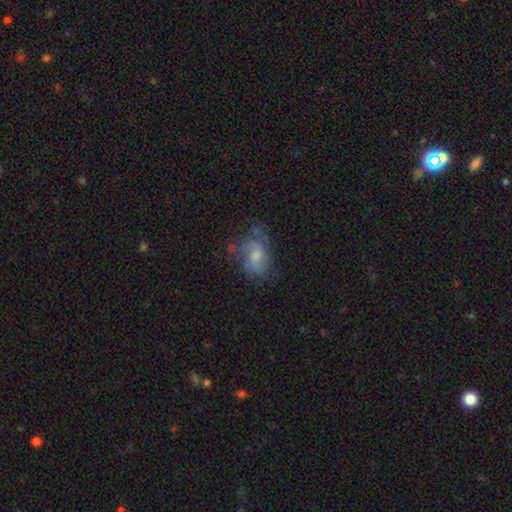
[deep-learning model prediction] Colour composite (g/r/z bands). It shows a featured or disk galaxy (47%). Merging: none (41%).